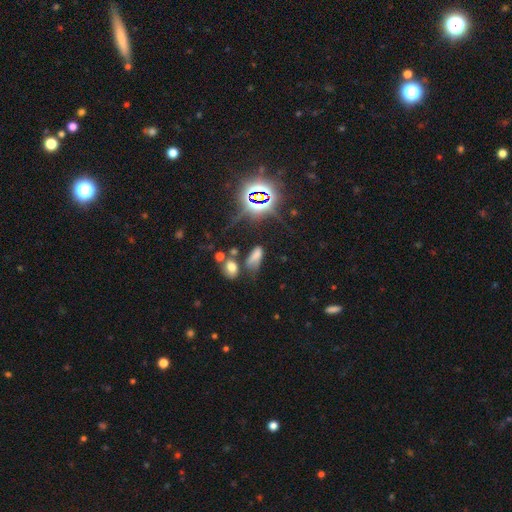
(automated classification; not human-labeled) This appears to be a smooth galaxy with no disk features (56%) that is in between round and cigar-shaped (82%). Merging: none (40%).